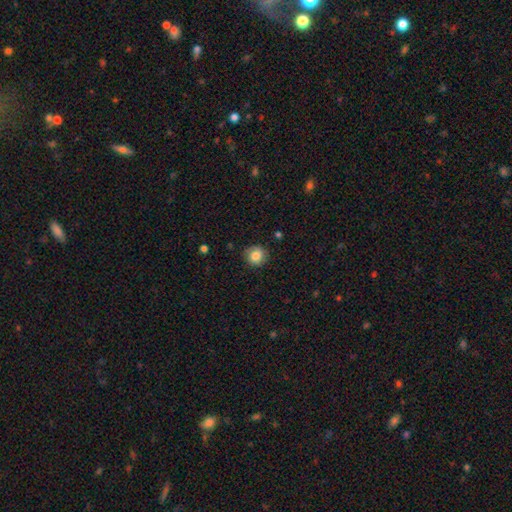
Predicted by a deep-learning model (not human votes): Smooth or featured? smooth (81%)
How rounded? round (88%)
Merging? none (84%)